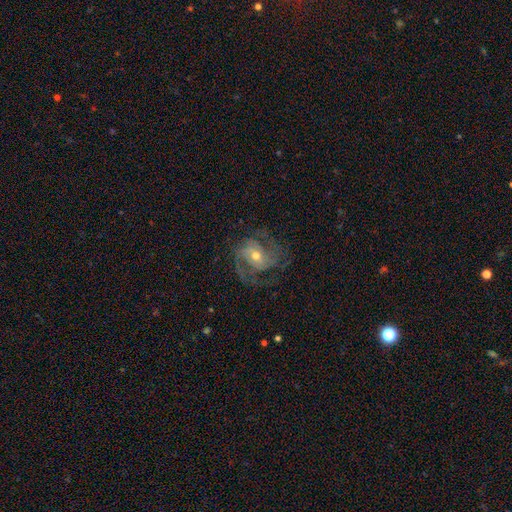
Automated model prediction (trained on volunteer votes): A featured or disk galaxy (86%) with no bar (51%), 2 (43%) medium (51%) spiral arms (95%) and a moderate central bulge (53%). Merging: none (66%).